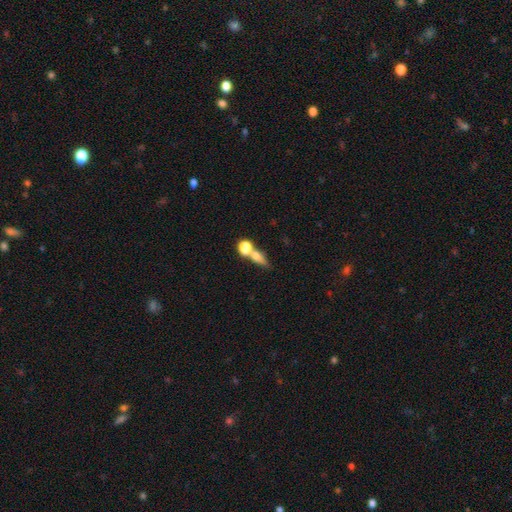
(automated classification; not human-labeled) Overall: smooth (65%). How rounded: in between (40%, tied with round). Merging: merger (44%; none 37%).